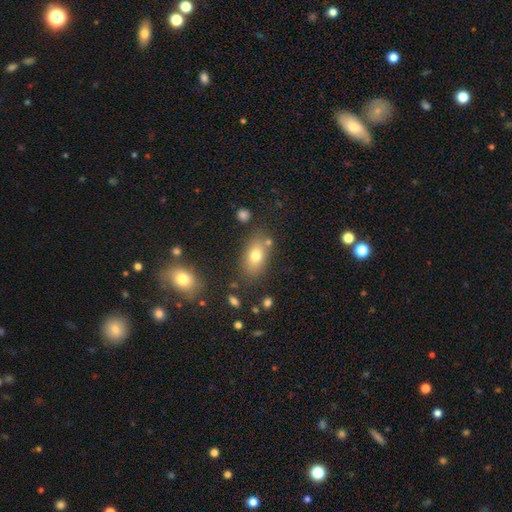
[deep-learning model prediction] smooth 74%, featured or disk 15%, star or artifact 10%. Down the decision tree: how rounded — in between (85%); merging — none (74%).